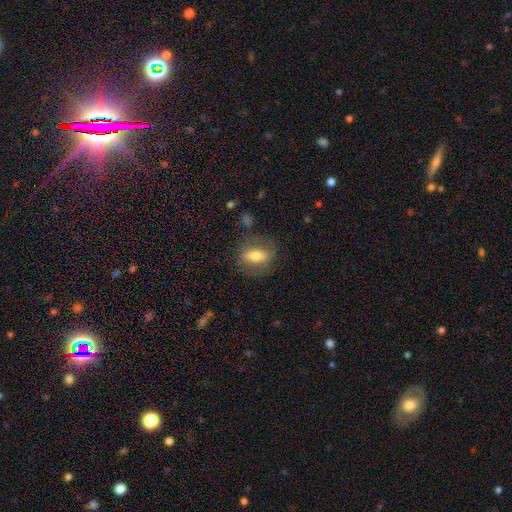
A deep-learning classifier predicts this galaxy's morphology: A smooth galaxy with no disk features (55%) that is in between round and cigar-shaped (70%). Merging: none (76%).